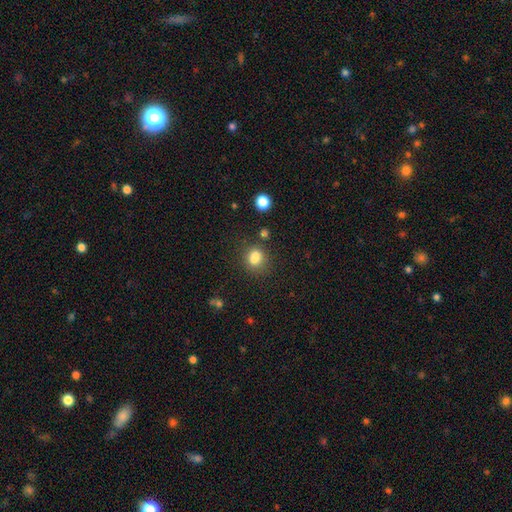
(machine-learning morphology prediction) Smooth or featured? smooth (78%)
How rounded? round (61%)
Merging? none (55%)